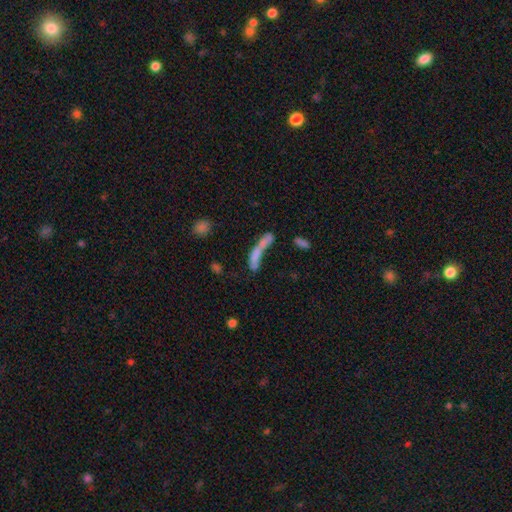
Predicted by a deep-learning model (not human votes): Smooth or featured? Predicted: smooth (p=0.64). How rounded? Predicted: cigar-shaped (p=0.67). Merging? Predicted: merger (p=0.57).